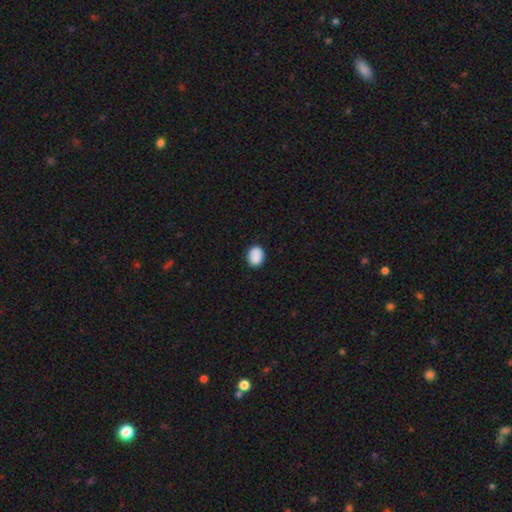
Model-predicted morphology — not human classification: Overall: smooth (88%). How rounded: round (50%; in between 49%). Merging: none (85%).